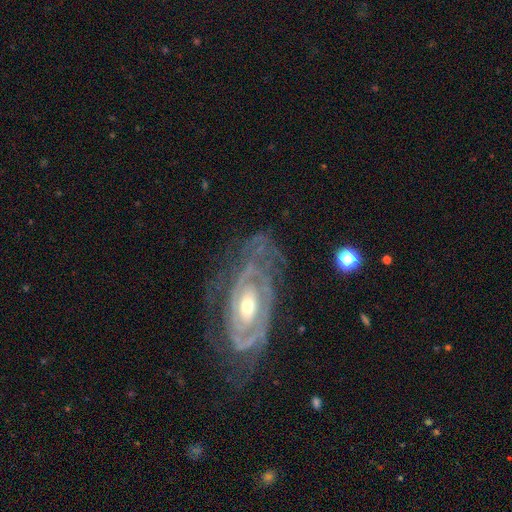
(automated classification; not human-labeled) A featured or disk galaxy (86%) with no bar (58%), 2 (37%, tied with can't tell) tight (64%) spiral arms (84%) and a moderate central bulge (63%).

Vote fractions:
- Smooth or featured? featured or disk: 86% / smooth: 9% / star or artifact: 6%
- Edge-on disk? no: 92% / yes: 8%
- Bar? no: 58% / weak: 28% / strong: 14%
- Spiral arms? yes: 84% / no: 16%
- Spiral winding? tight: 64% / medium: 27% / loose: 9%
- Spiral arm count? 2: 37% (tied) / can't tell: 37% (tied) / 3: 10% / 1: 7% / 4: 4% / more than 4: 4%
- Bulge size? moderate: 63% / small: 30% / large: 5% / dominant: 1% / none: 1%
- Merging? none: 67% / minor disturbance: 19% / major disturbance: 12% / merger: 2%